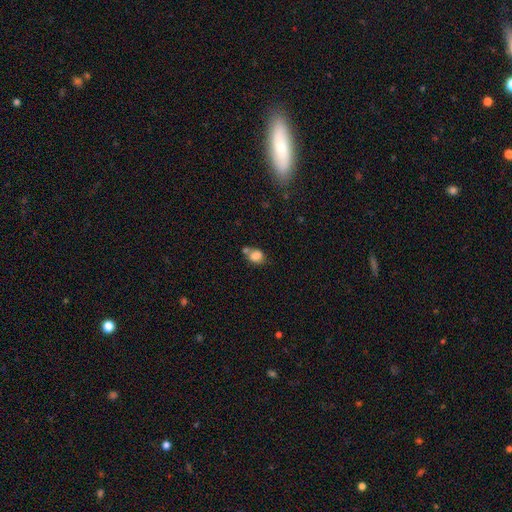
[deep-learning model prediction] Overall: smooth (81%). How rounded: round (51%; in between 48%). Merging: none (42%; merger 35%).